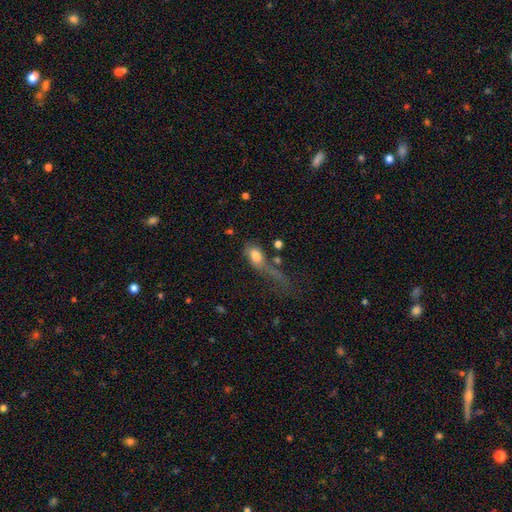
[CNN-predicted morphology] Q: Smooth or featured?
A: smooth (74%); runner-up: featured or disk (17%)
Q: How rounded?
A: in between (84%); runner-up: round (9%)
Q: Merging?
A: major disturbance (42%); runner-up: none (24%)